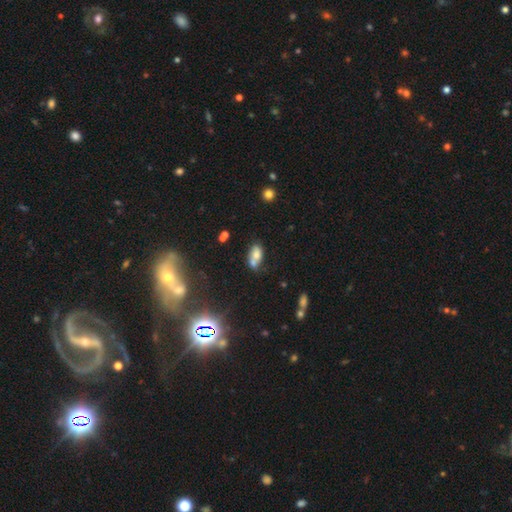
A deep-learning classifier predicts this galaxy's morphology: This is likely a smooth galaxy (68%). How rounded: clearly in between (84%). Merging: possibly merger (50%).